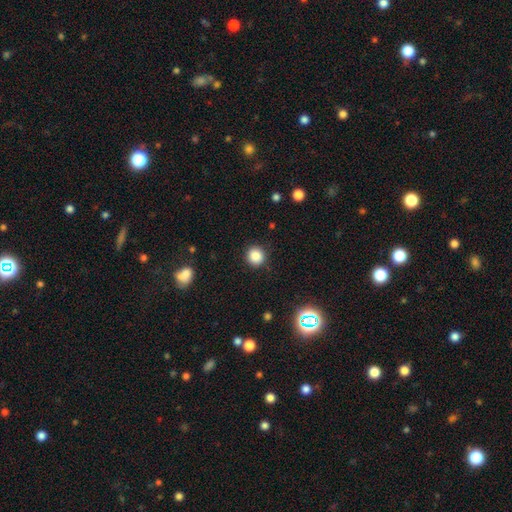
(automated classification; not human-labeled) Q: Smooth or featured?
A: smooth (85%); runner-up: star or artifact (11%)
Q: How rounded?
A: round (91%); runner-up: in between (8%)
Q: Merging?
A: none (90%); runner-up: minor disturbance (7%)